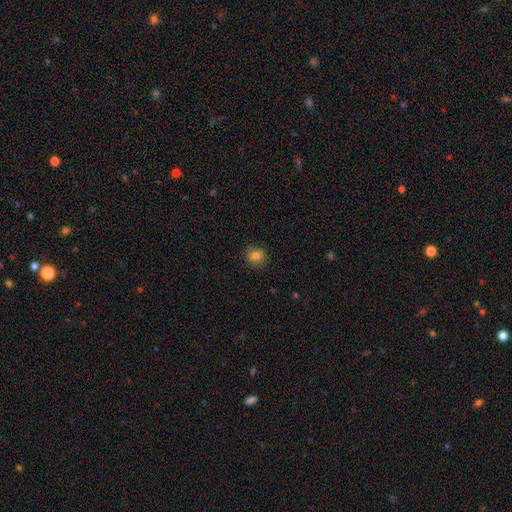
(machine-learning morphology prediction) type=smooth (81%); roundness=round (76%); merging=none (85%).